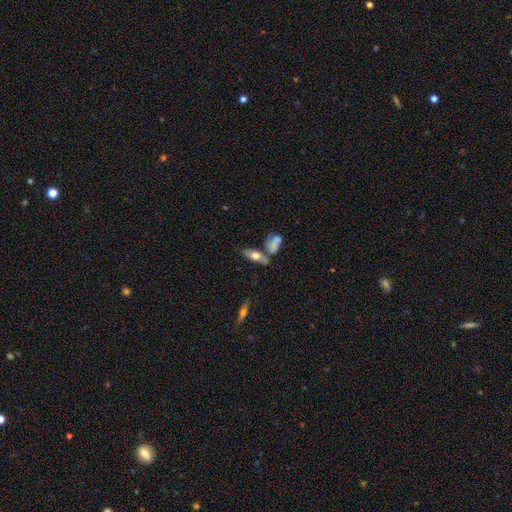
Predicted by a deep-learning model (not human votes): A smooth galaxy with no disk features (56%) that is in between round and cigar-shaped (70%).

Vote fractions:
- Smooth or featured? smooth: 56% / featured or disk: 36% / star or artifact: 8%
- How rounded? in between: 70% / cigar-shaped: 26% / round: 4%
- Merging? none: 56% / merger: 23% / minor disturbance: 14% / major disturbance: 6%